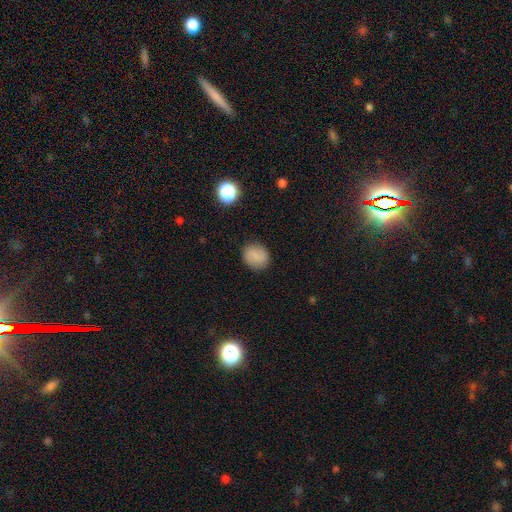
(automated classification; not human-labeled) Smooth or featured: smooth — 79% (featured or disk — 11%)
How rounded: round — 72% (in between — 27%)
Merging: none — 87% (minor disturbance — 9%)